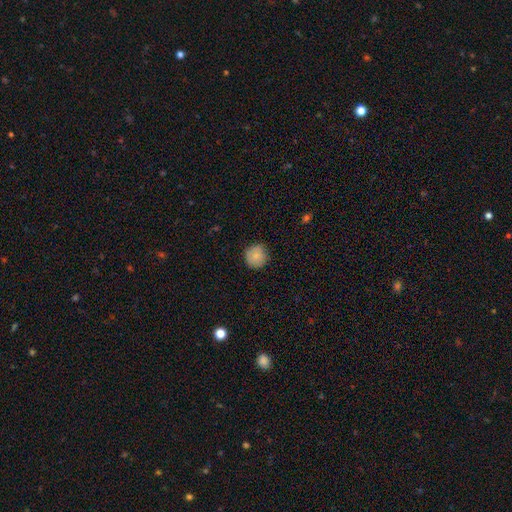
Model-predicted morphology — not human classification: smooth_or_featured: smooth (p=0.84) [alt: star or artifact p=0.09]
how_rounded: round (p=0.92) [alt: in between p=0.07]
merging: none (p=0.83) [alt: minor disturbance p=0.14]